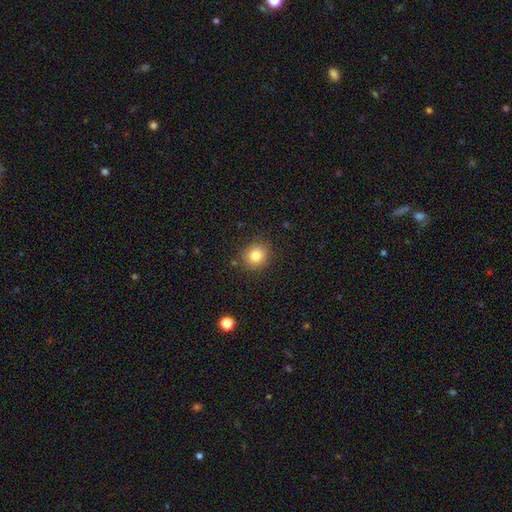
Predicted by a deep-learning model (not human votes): This appears to be a smooth galaxy with no disk features (81%) that is round (83%). Merging: none (85%).